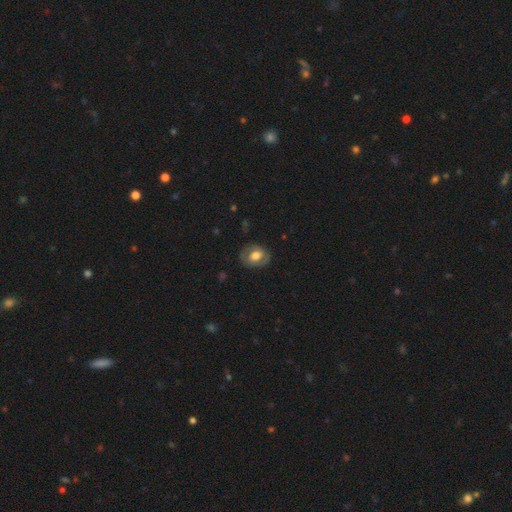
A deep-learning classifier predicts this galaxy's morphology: smooth 51%, featured or disk 42%, star or artifact 7%. Down the decision tree: how rounded — in between (56%); merging — none (78%).